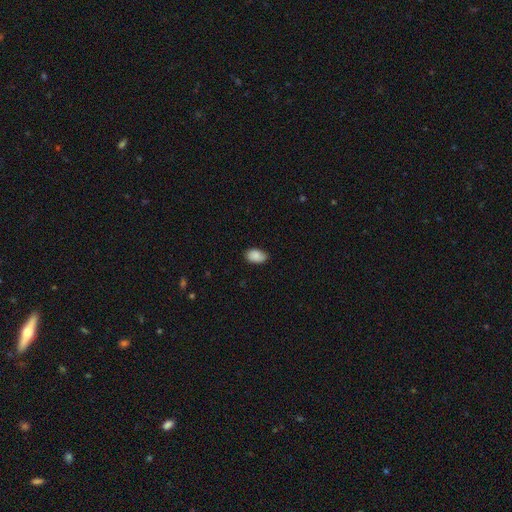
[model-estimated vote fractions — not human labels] smooth_or_featured: smooth (p=0.88) [alt: star or artifact p=0.07]
how_rounded: in between (p=0.90) [alt: round p=0.09]
merging: none (p=0.77) [alt: minor disturbance p=0.19]